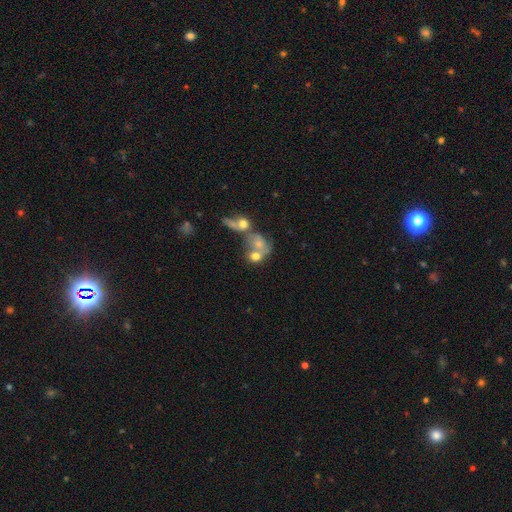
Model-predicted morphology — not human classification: This appears to be a smooth galaxy with no disk features (59%) that is round (57%). Merging: merger (63%).